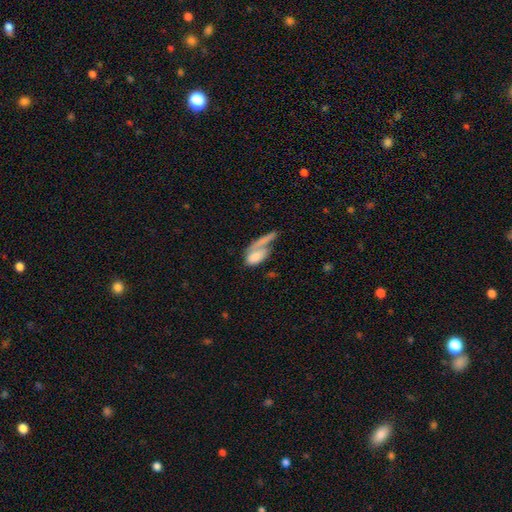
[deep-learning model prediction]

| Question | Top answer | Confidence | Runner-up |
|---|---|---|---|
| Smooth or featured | smooth | 70% | featured or disk (22%) |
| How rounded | in between | 81% | cigar-shaped (13%) |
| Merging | merger | 46% | none (25%) |